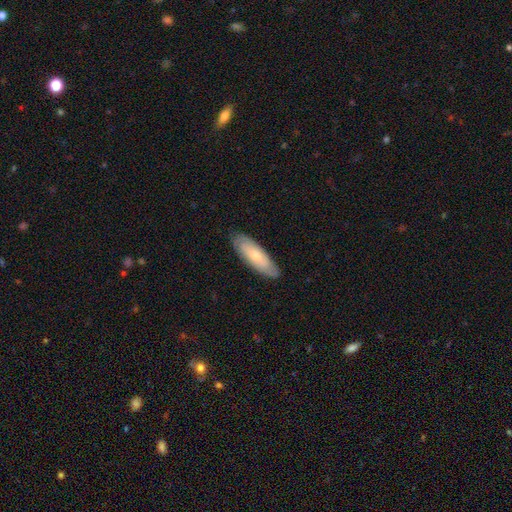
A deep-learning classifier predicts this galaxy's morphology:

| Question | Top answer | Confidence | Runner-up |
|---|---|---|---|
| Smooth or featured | smooth | 55% | featured or disk (40%) |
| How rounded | in between | 58% | cigar-shaped (40%) |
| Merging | none | 84% | minor disturbance (13%) |